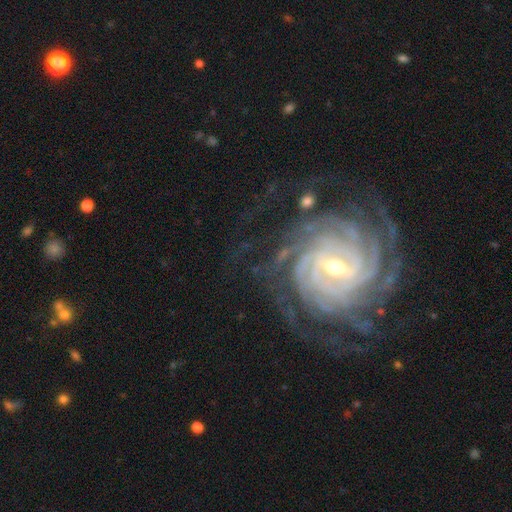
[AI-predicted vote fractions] smooth-or-featured: featured or disk: 90% | star or artifact: 6% | smooth: 4%
  disk-edge-on: no: 97% | yes: 3%
    bar: weak: 41% | strong: 39% | no: 20%
    has-spiral-arms: yes: 98% | no: 2%
      spiral-winding: tight: 83% | medium: 14% | loose: 3%
      spiral-arm-count: more than 4: 29% | 4: 22% | can't tell: 20% | 3: 11% | 2: 10% | 1: 8%
    bulge-size: small: 56% | moderate: 40% | large: 3% | none: 1% | dominant: 1%
  merging: none: 78% | minor disturbance: 12% | major disturbance: 8% | merger: 2%